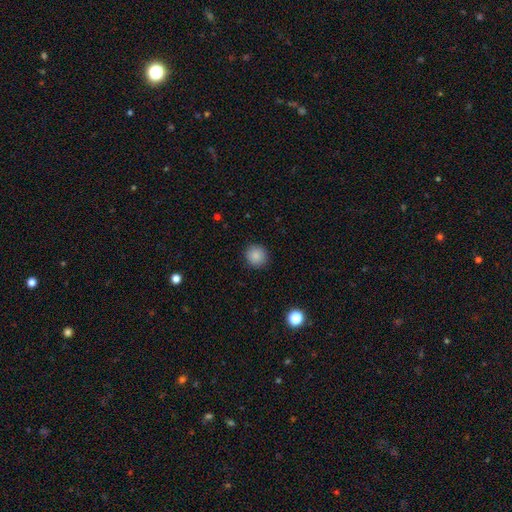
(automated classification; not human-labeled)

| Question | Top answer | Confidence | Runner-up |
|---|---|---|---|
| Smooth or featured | smooth | 87% | star or artifact (9%) |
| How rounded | round | 93% | in between (6%) |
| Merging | none | 90% | minor disturbance (7%) |